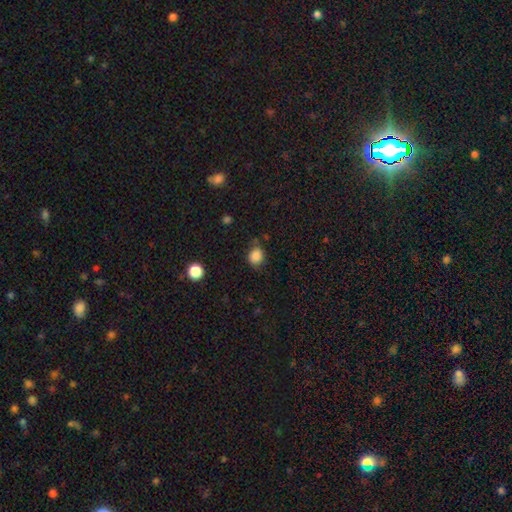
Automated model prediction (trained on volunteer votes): Morphology: type=smooth (85%); roundness=round (72%); merging=none (67%).